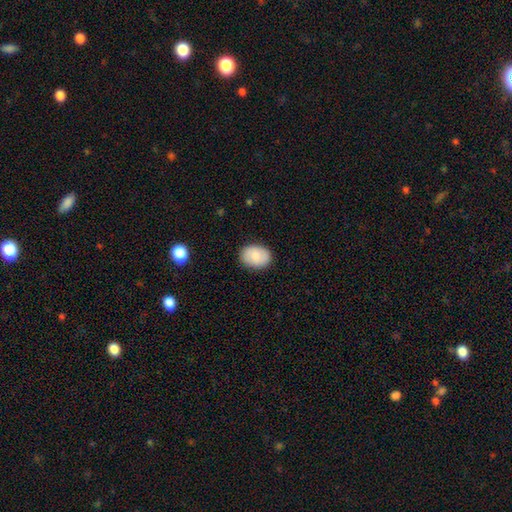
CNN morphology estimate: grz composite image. It shows a smooth galaxy with no disk features (79%) that is in between round and cigar-shaped (69%). Merging: none (87%).